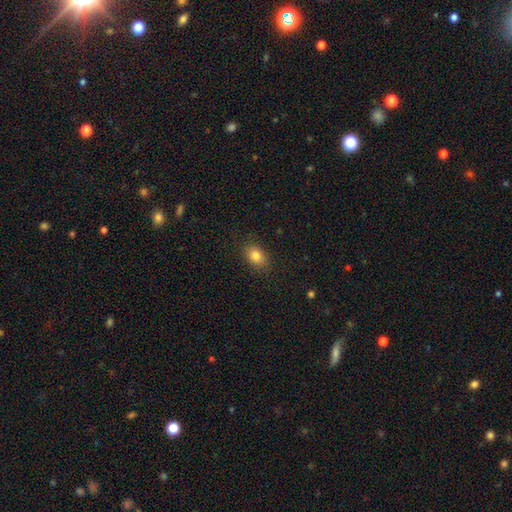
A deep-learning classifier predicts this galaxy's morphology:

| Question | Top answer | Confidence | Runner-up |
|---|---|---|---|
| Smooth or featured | smooth | 83% | star or artifact (9%) |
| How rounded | in between | 76% | round (22%) |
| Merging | none | 87% | minor disturbance (10%) |